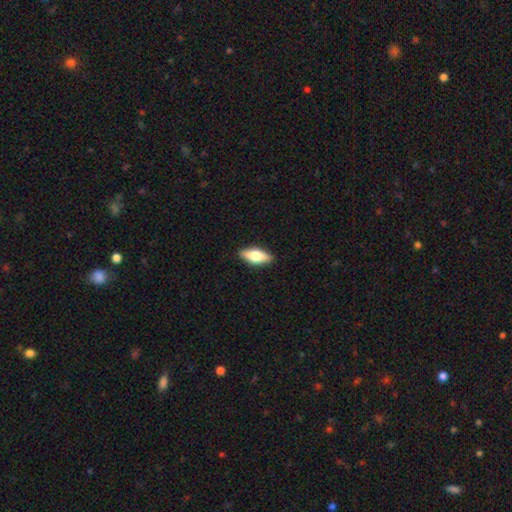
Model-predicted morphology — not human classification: Smooth or featured? Predicted: smooth (p=0.66). How rounded? Predicted: in between (p=0.78). Merging? Predicted: none (p=0.89).